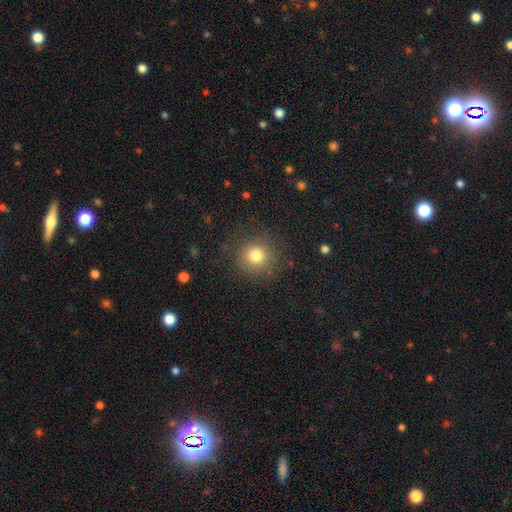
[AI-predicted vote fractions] Overall: smooth (78%). How rounded: round (91%). Merging: none (85%).